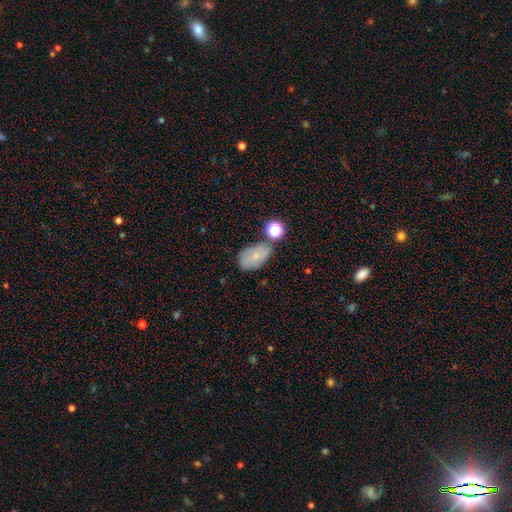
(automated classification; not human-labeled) Smooth or featured? smooth (62%)
How rounded? in between (85%)
Merging? none (56%)